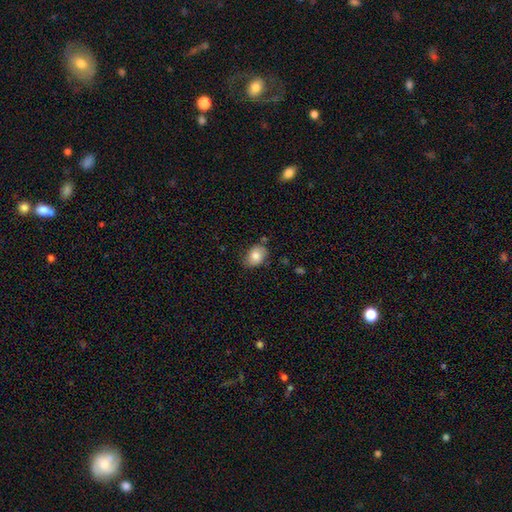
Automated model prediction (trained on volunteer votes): A smooth galaxy with no disk features (82%) that is in between round and cigar-shaped (71%).

Vote fractions:
- Smooth or featured? smooth: 82% / featured or disk: 10% / star or artifact: 8%
- How rounded? in between: 71% / round: 28% / cigar-shaped: 1%
- Merging? none: 72% / minor disturbance: 21% / major disturbance: 4% / merger: 3%